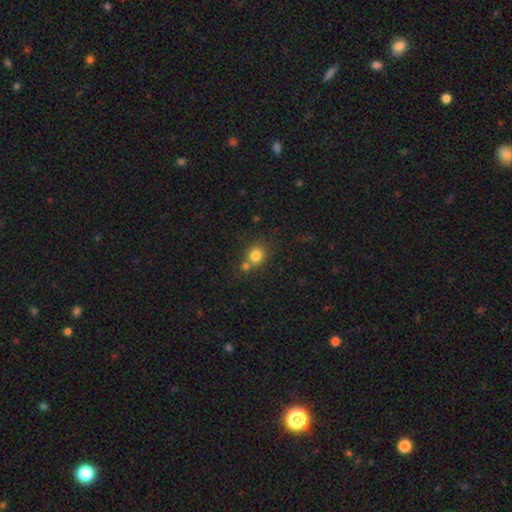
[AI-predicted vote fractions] The model was most divided on "merging": none: 56%, merger: 31%, minor disturbance: 10%, major disturbance: 3%. More confident: smooth or featured — smooth (80%); how rounded — round (79%).